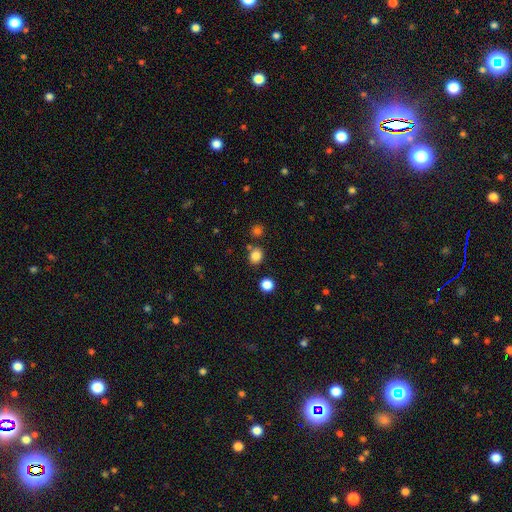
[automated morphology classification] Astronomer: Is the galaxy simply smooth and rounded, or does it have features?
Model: smooth — 83%.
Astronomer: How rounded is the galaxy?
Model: round — 71%.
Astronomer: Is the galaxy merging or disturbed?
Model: none — 79%.